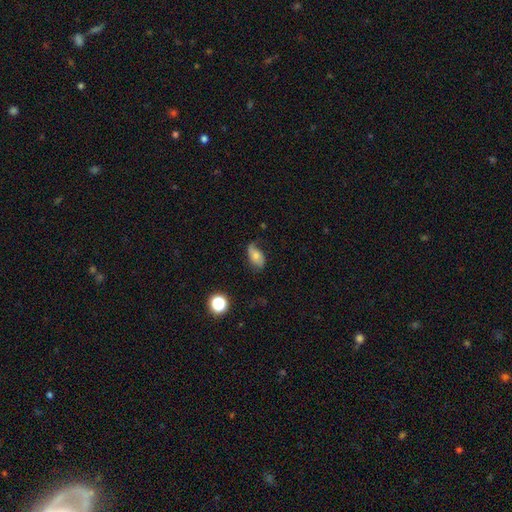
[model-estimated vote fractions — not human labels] smooth_or_featured: smooth (p=0.56) [alt: featured or disk p=0.34]
how_rounded: in between (p=0.90) [alt: round p=0.07]
merging: none (p=0.54) [alt: minor disturbance p=0.31]